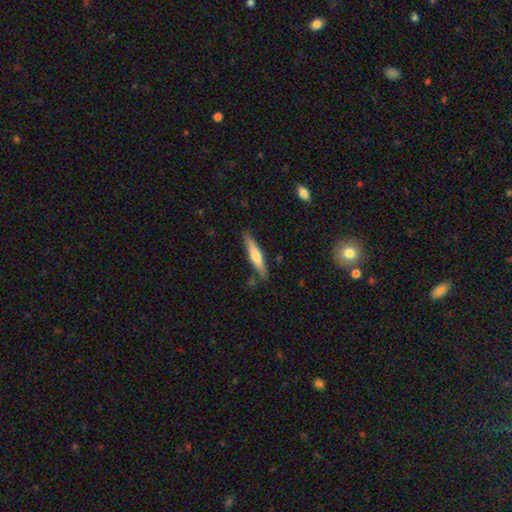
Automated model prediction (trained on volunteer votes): smooth_or_featured: smooth (p=0.50) [alt: featured or disk p=0.45]
merging: none (p=0.86) [alt: minor disturbance p=0.10]